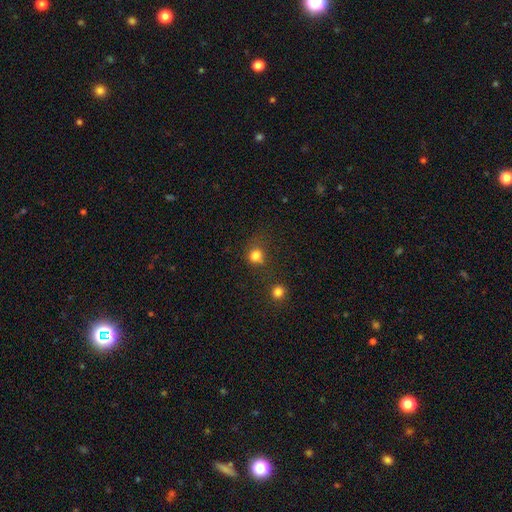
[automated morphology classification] smooth 78%, star or artifact 16%, featured or disk 6%. Down the decision tree: how rounded — round (76%); merging — none (55%).